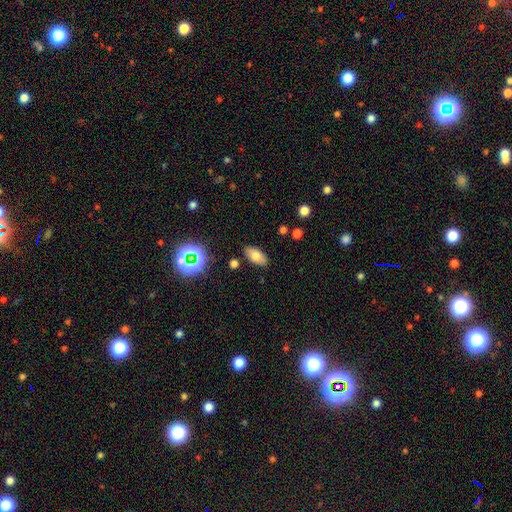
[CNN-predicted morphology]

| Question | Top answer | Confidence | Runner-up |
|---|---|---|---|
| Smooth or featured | smooth | 73% | featured or disk (14%) |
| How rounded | in between | 91% | round (5%) |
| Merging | none | 85% | minor disturbance (10%) |